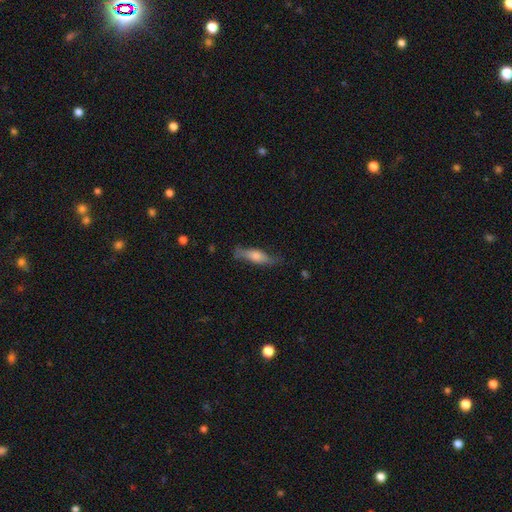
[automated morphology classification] This is possibly a smooth galaxy (50%). Merging: likely none (70%).